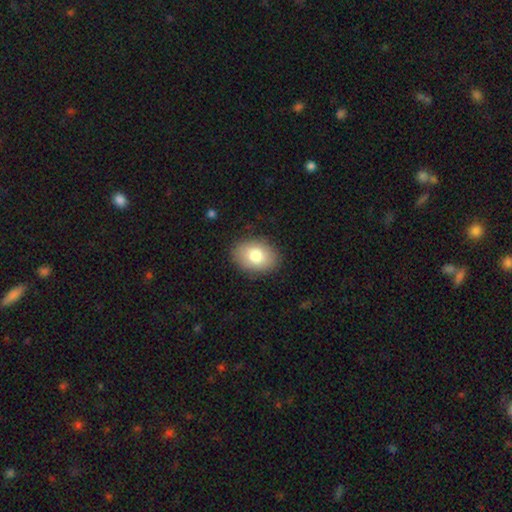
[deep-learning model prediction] smooth_or_featured: smooth (p=0.80) [alt: featured or disk p=0.12]
how_rounded: in between (p=0.79) [alt: round p=0.20]
merging: none (p=0.87) [alt: minor disturbance p=0.09]